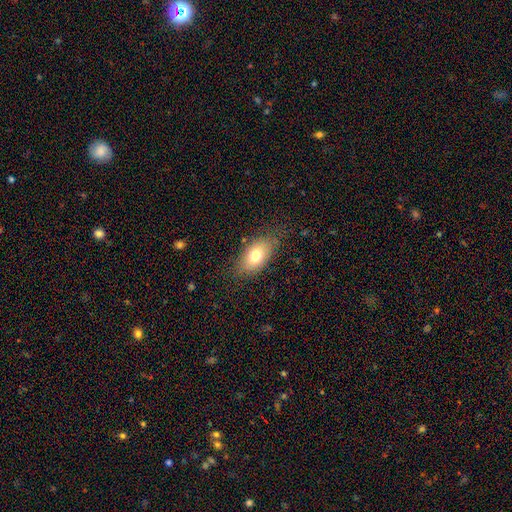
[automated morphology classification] Q: Smooth or featured?
A: smooth (74%); runner-up: featured or disk (17%)
Q: How rounded?
A: in between (88%); runner-up: round (8%)
Q: Merging?
A: none (78%); runner-up: minor disturbance (16%)